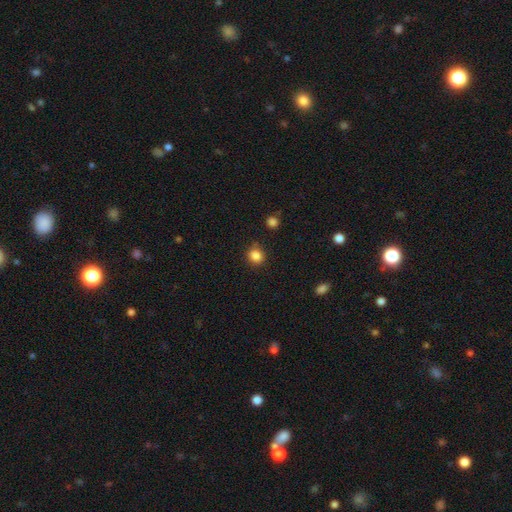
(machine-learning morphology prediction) A smooth galaxy with no disk features (85%) that is round (82%). Merging: none (84%).